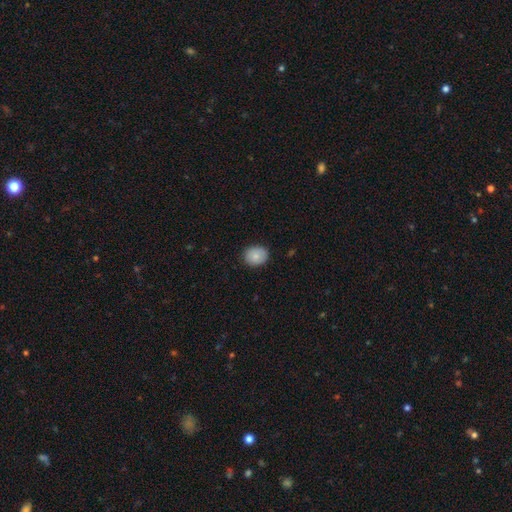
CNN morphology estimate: Smooth or featured? smooth (84%)
How rounded? round (58%)
Merging? none (87%)